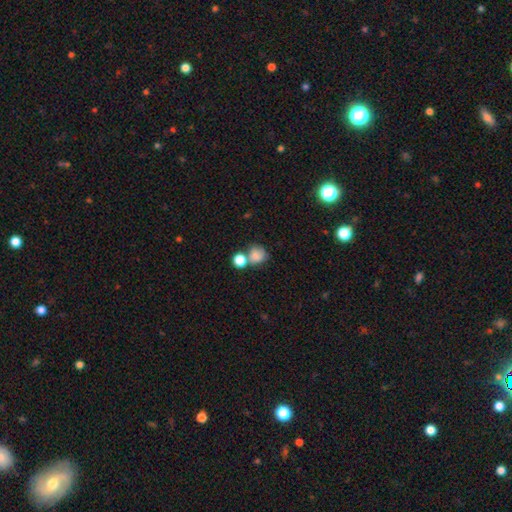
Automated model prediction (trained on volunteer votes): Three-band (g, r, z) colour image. It shows a smooth galaxy with no disk features (80%) that is round (78%). Merging: none (46%).